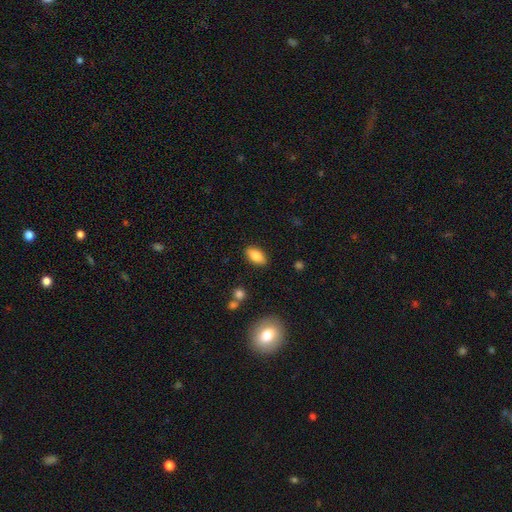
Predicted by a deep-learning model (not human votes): Overall: smooth (81%). How rounded: in between (88%). Merging: none (87%).